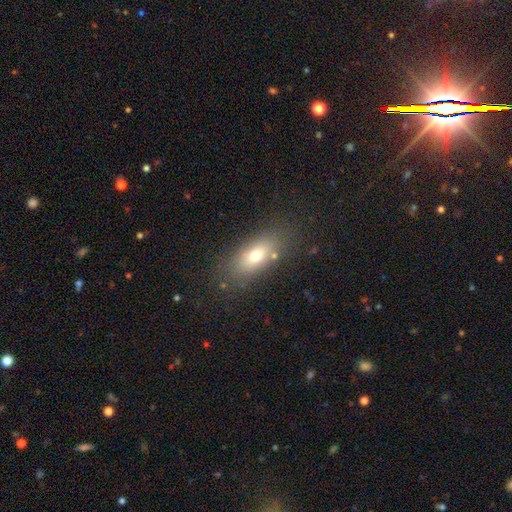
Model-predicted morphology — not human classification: Overall: smooth (69%). How rounded: in between (80%). Merging: none (79%).